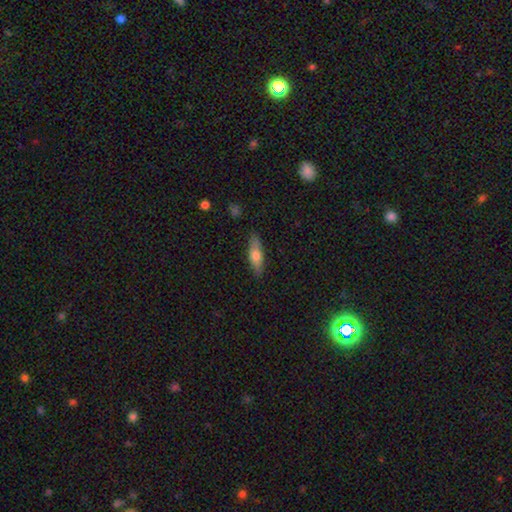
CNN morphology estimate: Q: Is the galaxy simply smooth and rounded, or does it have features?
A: smooth — 62%.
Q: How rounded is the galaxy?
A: in between — 49%.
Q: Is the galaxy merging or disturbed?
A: none — 85%.